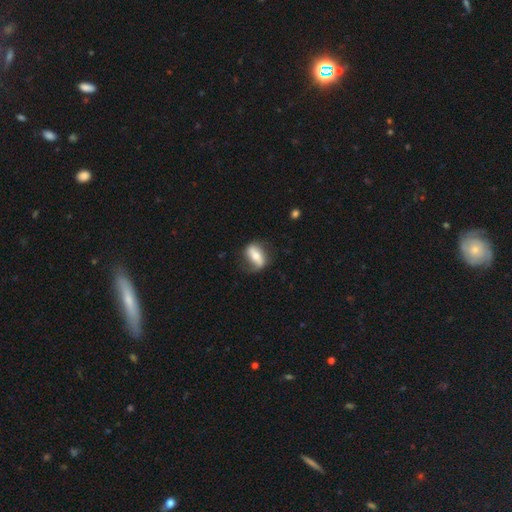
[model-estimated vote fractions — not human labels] The model was most divided on "smooth or featured": featured or disk: 51%, smooth: 42%, star or artifact: 7%. More confident: edge-on disk — no (81%); merging — none (63%).